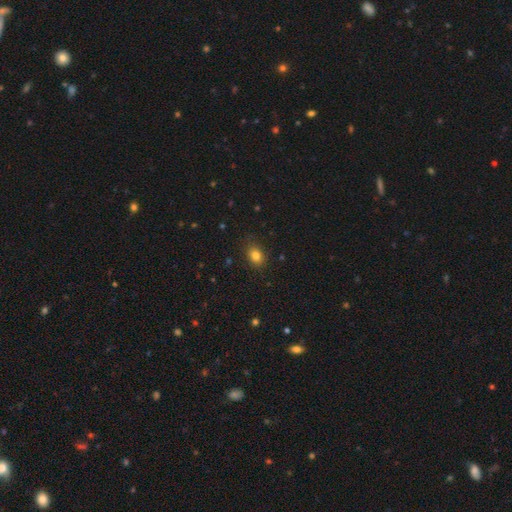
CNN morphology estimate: Smooth or featured? smooth (82%)
How rounded? in between (64%)
Merging? none (84%)